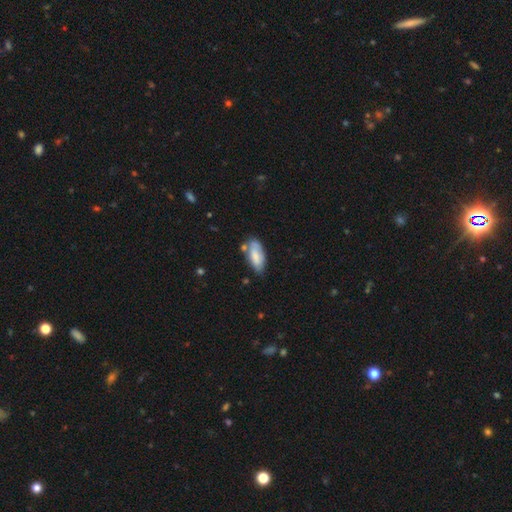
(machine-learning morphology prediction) A smooth galaxy with no disk features (75%) that is in between round and cigar-shaped (83%). Merging: none (57%).